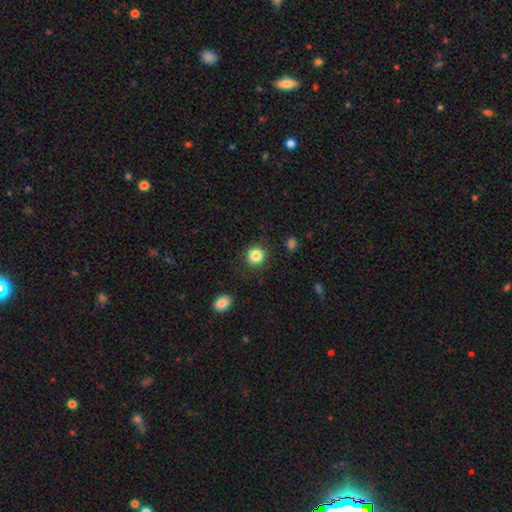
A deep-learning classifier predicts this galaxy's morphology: The model was most divided on "smooth or featured": smooth: 84%, star or artifact: 10%, featured or disk: 6%. More confident: how rounded — round (92%); merging — none (88%).